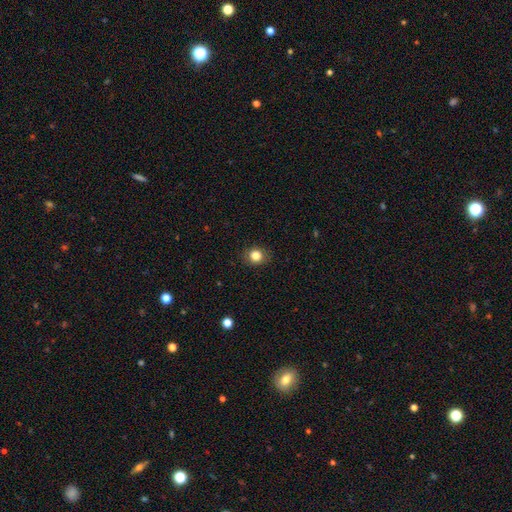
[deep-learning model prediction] A smooth galaxy with no disk features (83%) that is round (79%). Merging: none (89%).